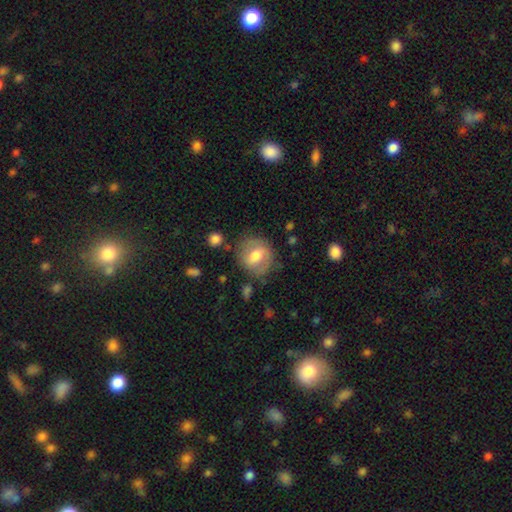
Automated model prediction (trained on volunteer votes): Q: Smooth or featured?
A: smooth (52%); runner-up: featured or disk (41%)
Q: How rounded?
A: round (69%); runner-up: in between (30%)
Q: Merging?
A: none (73%); runner-up: minor disturbance (17%)